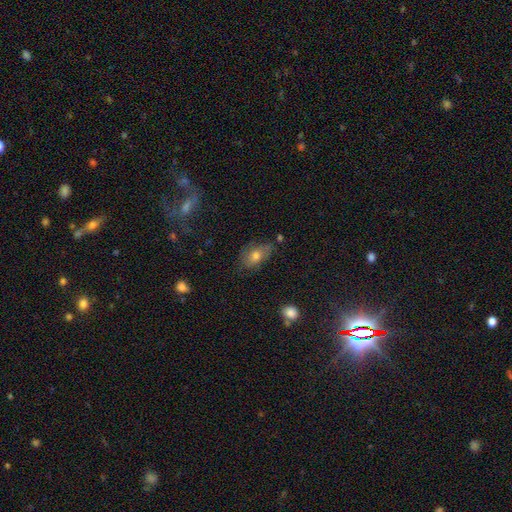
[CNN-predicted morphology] Overall: smooth (66%). How rounded: in between (84%). Merging: none (61%; minor disturbance 27%).